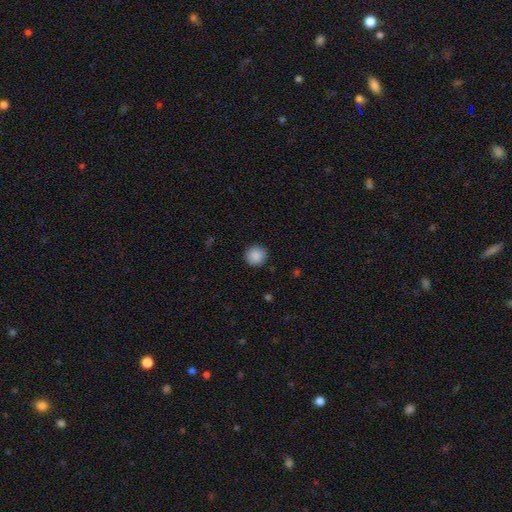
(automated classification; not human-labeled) smooth-or-featured: smooth: 89% | star or artifact: 8% | featured or disk: 3%
  how-rounded: round: 94% | in between: 5% | cigar-shaped: 1%
  merging: none: 91% | minor disturbance: 6% | major disturbance: 2% | merger: 1%